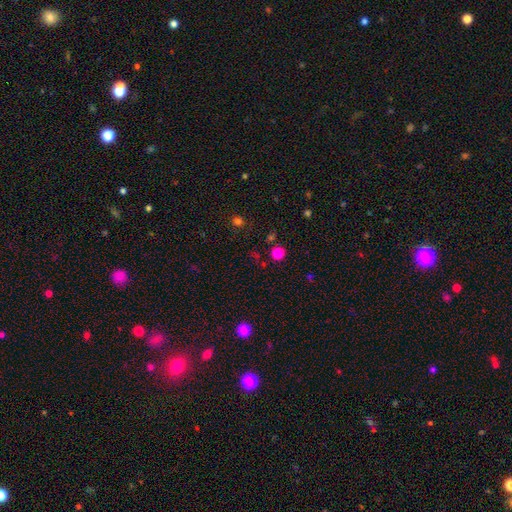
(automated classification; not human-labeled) This appears to be a smooth galaxy with no disk features (67%) that is round (84%). Merging: none (83%).